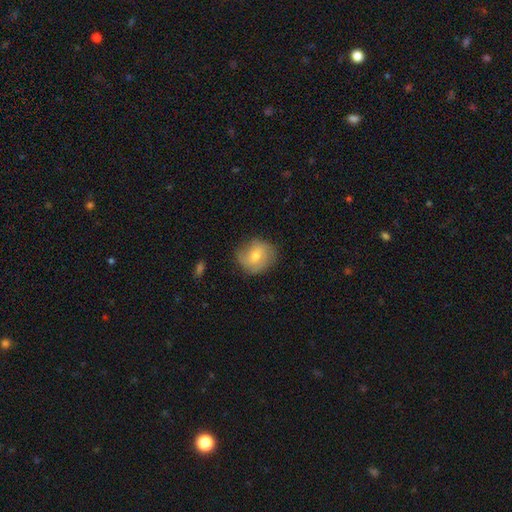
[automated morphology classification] Smooth or featured: smooth — 52% (featured or disk — 39%)
How rounded: round — 76% (in between — 23%)
Merging: none — 73% (minor disturbance — 20%)